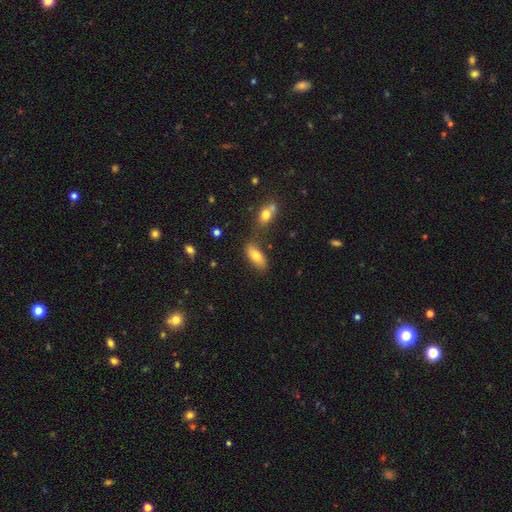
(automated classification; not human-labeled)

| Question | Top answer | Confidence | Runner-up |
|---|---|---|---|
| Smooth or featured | smooth | 77% | featured or disk (15%) |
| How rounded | in between | 81% | cigar-shaped (16%) |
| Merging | none | 70% | minor disturbance (14%) |